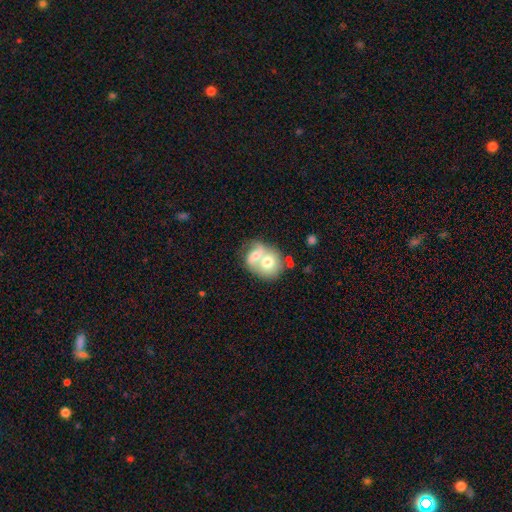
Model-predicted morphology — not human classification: type=smooth (58%); roundness=round (62%); merging=merger (74%).